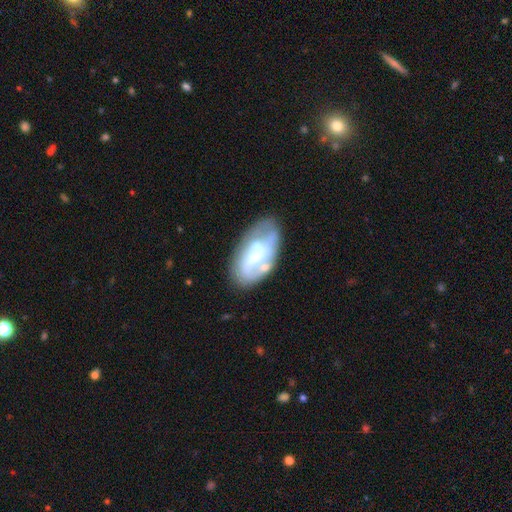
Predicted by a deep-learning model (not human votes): Overall: featured or disk (63%; smooth 29%). Edge-on disk: no (95%). Bar: no (50%; weak 34%). Spiral arms: yes (62%; no 38%). Bulge size: small (40%; moderate 33%). Merging: none (53%; minor disturbance 23%).